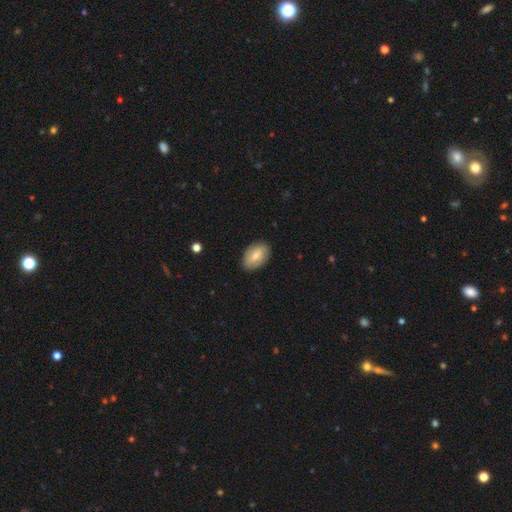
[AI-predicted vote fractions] Smooth or featured? Predicted: smooth (p=0.65). How rounded? Predicted: in between (p=0.89). Merging? Predicted: none (p=0.86).